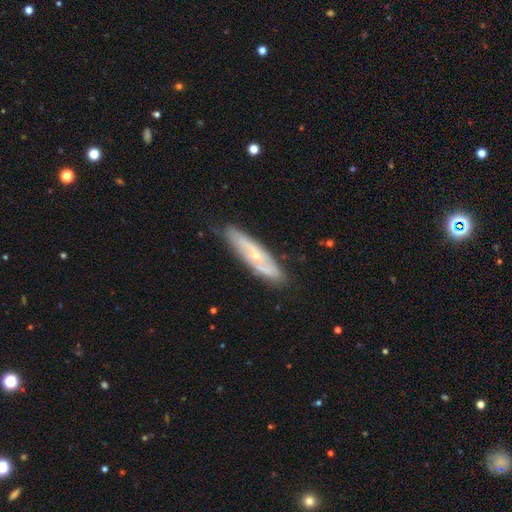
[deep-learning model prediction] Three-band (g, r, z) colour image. It shows a featured or disk galaxy (64%). Merging: none (77%).